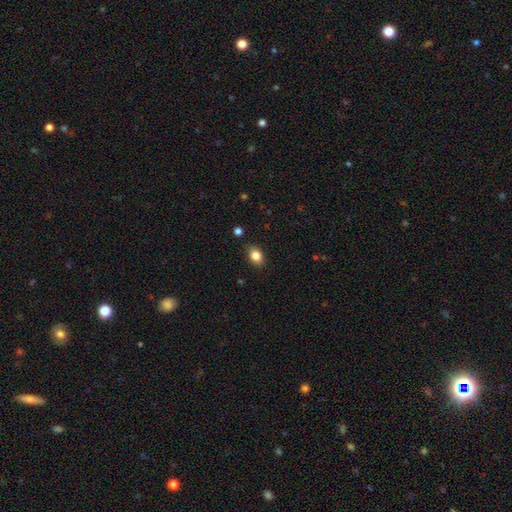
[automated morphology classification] This is clearly a smooth galaxy (84%). How rounded: likely in between (78%). Merging: clearly none (85%).